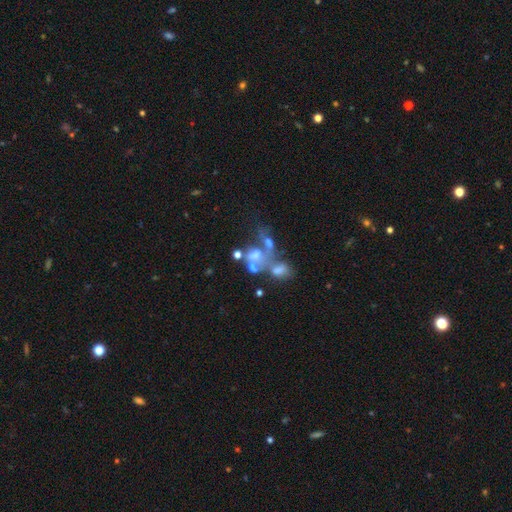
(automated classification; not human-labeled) Overall: featured or disk (48%; smooth 30%). Merging: merger (53%; major disturbance 20%).